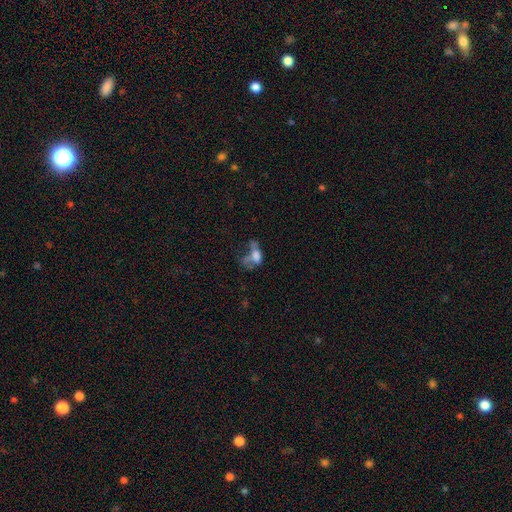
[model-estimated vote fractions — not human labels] smooth_or_featured: smooth (p=0.50) [alt: featured or disk p=0.34]
merging: major disturbance (p=0.40) [alt: merger p=0.27]